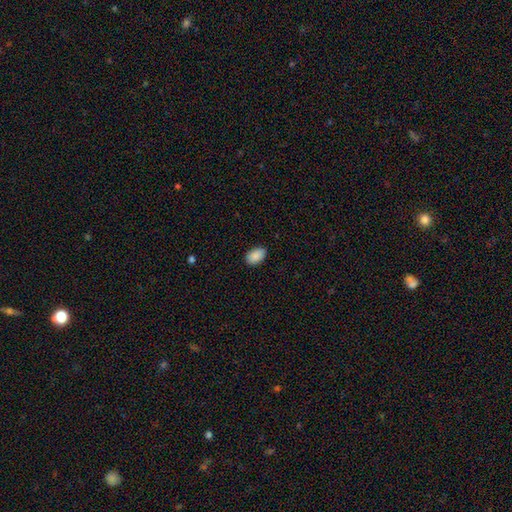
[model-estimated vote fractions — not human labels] Smooth or featured?
  - smooth: 89% *
  - star or artifact: 7%
  - featured or disk: 4%
How rounded?
  - in between: 91% *
  - round: 7%
  - cigar-shaped: 1%
Merging?
  - none: 85% *
  - minor disturbance: 12%
  - major disturbance: 2%
  - merger: 1%